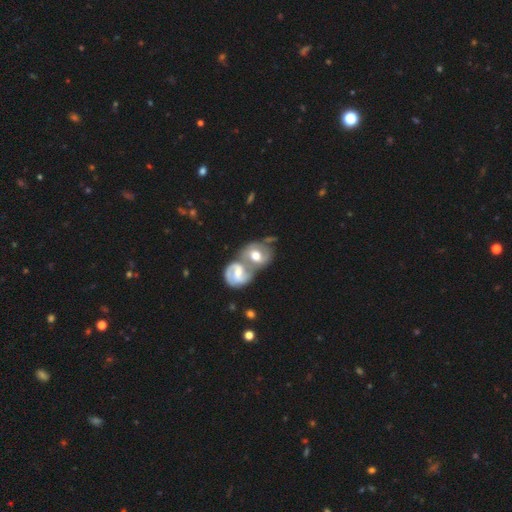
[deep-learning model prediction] smooth_or_featured: featured or disk (p=0.61) [alt: smooth p=0.33]
disk_edge_on: no (p=0.95) [alt: yes p=0.05]
bar: weak (p=0.42) [alt: no p=0.38]
has_spiral_arms: yes (p=0.78) [alt: no p=0.22]
bulge_size: moderate (p=0.66) [alt: small p=0.18]
merging: merger (p=0.67) [alt: none p=0.21]